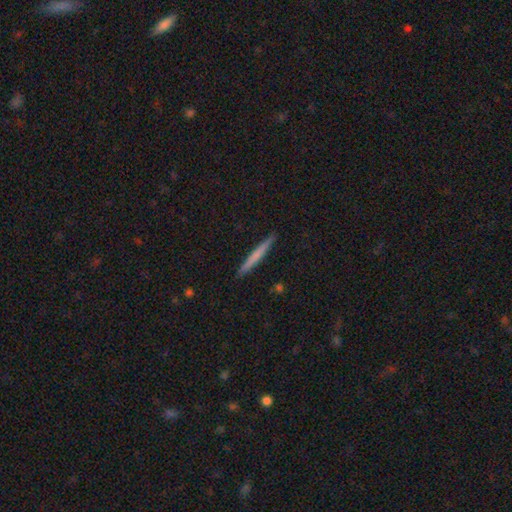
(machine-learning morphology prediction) Smooth or featured: smooth — 64% (featured or disk — 31%)
How rounded: cigar-shaped — 97% (in between — 2%)
Merging: none — 92% (minor disturbance — 6%)